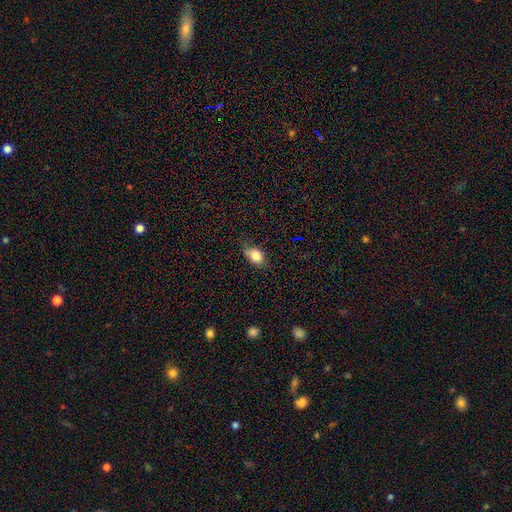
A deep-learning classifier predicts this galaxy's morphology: A smooth galaxy with no disk features (83%) that is in between round and cigar-shaped (70%).

Vote fractions:
- Smooth or featured? smooth: 83% / star or artifact: 10% / featured or disk: 8%
- How rounded? in between: 70% / round: 28% / cigar-shaped: 2%
- Merging? none: 67% / minor disturbance: 27% / major disturbance: 5% / merger: 2%